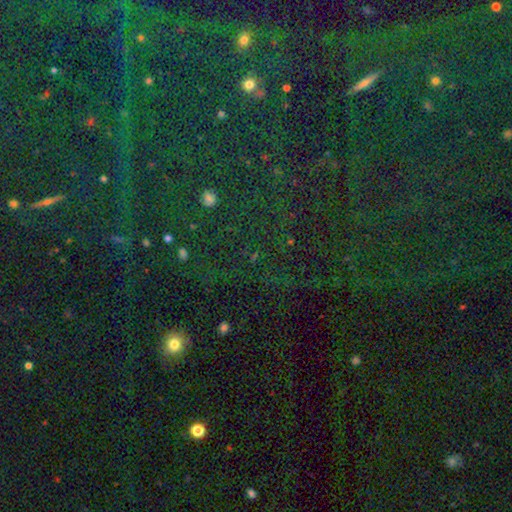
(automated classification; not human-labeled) smooth-or-featured: star or artifact: 77% | smooth: 15% | featured or disk: 8%